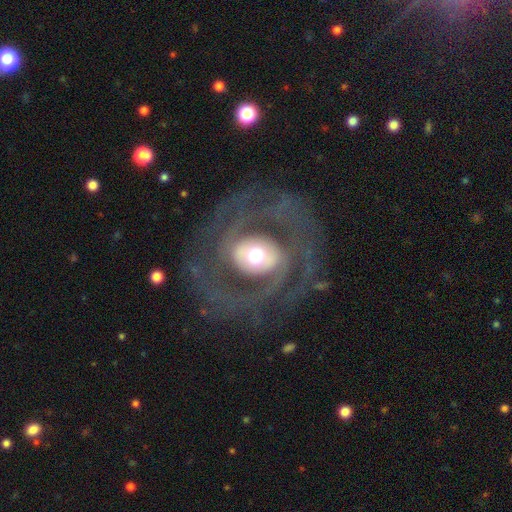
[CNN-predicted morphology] Smooth or featured? Predicted: featured or disk (p=0.81). Edge-on disk? Predicted: no (p=0.96). Bar? Predicted: no (p=0.63). Spiral arms? Predicted: yes (p=0.87). Spiral winding? Predicted: medium (p=0.40, tied with tight). Spiral arm count? Predicted: 2 (p=0.63). Bulge size? Predicted: moderate (p=0.51). Merging? Predicted: none (p=0.71).